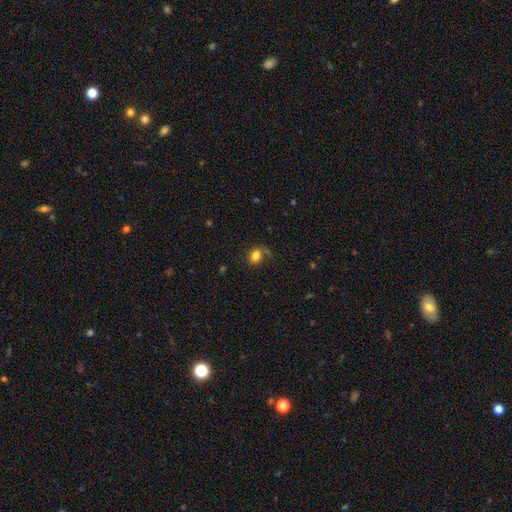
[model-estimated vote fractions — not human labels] Smooth or featured? smooth (79%)
How rounded? in between (67%)
Merging? none (61%)